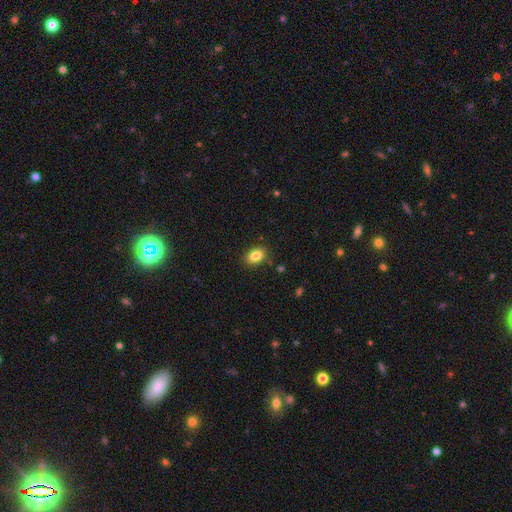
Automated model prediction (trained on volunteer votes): smooth-or-featured: smooth: 84% | star or artifact: 9% | featured or disk: 7%
  how-rounded: in between: 79% | round: 19% | cigar-shaped: 1%
  merging: none: 86% | minor disturbance: 10% | major disturbance: 2% | merger: 2%